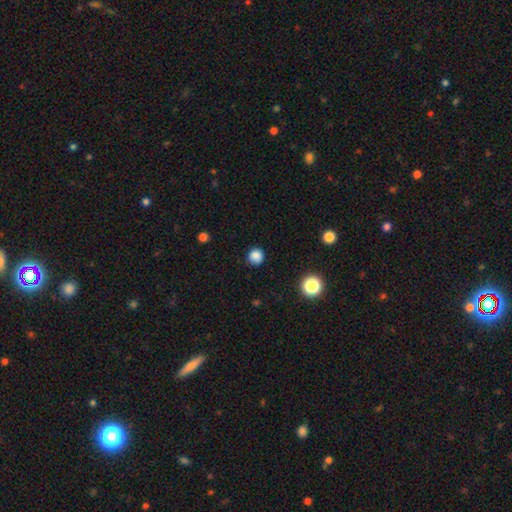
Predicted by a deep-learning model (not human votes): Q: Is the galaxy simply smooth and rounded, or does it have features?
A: smooth — 83%.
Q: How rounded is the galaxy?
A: round — 88%.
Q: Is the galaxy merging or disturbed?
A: none — 83%.